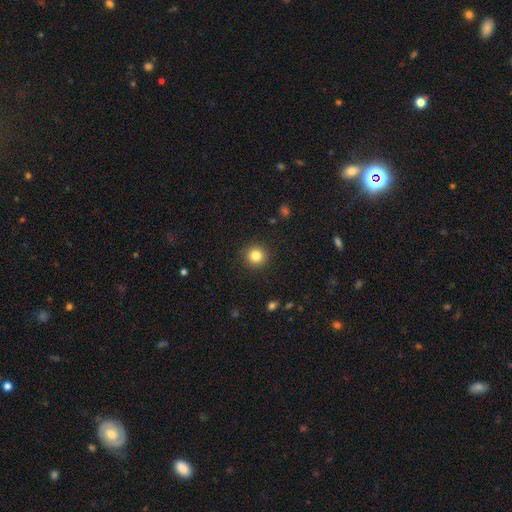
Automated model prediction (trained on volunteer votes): Smooth or featured? Predicted: smooth (p=0.82). How rounded? Predicted: round (p=0.94). Merging? Predicted: none (p=0.91).